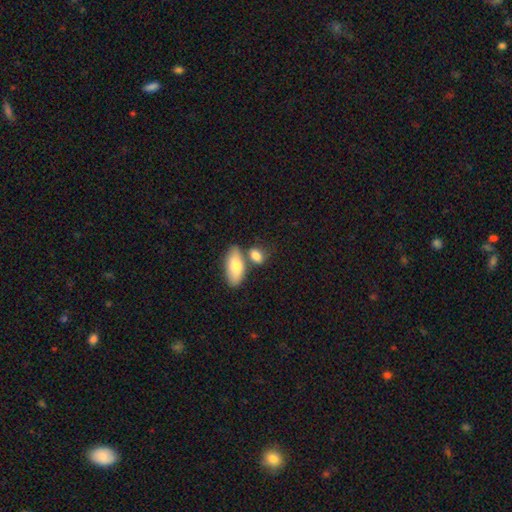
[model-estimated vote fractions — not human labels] Overall: smooth (82%). How rounded: in between (77%). Merging: none (54%; merger 28%).